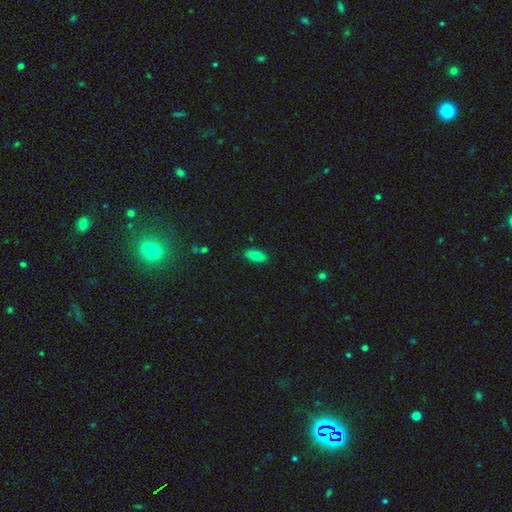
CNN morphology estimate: Smooth or featured?
  - smooth: 78% *
  - featured or disk: 13%
  - star or artifact: 9%
How rounded?
  - in between: 87% *
  - cigar-shaped: 9%
  - round: 3%
Merging?
  - none: 87% *
  - minor disturbance: 10%
  - major disturbance: 2%
  - merger: 1%